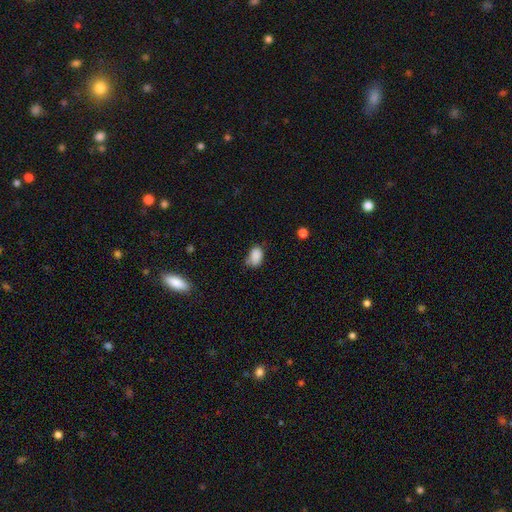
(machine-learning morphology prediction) Q: Smooth or featured?
A: smooth (86%); runner-up: star or artifact (9%)
Q: How rounded?
A: in between (83%); runner-up: round (16%)
Q: Merging?
A: none (54%); runner-up: minor disturbance (33%)